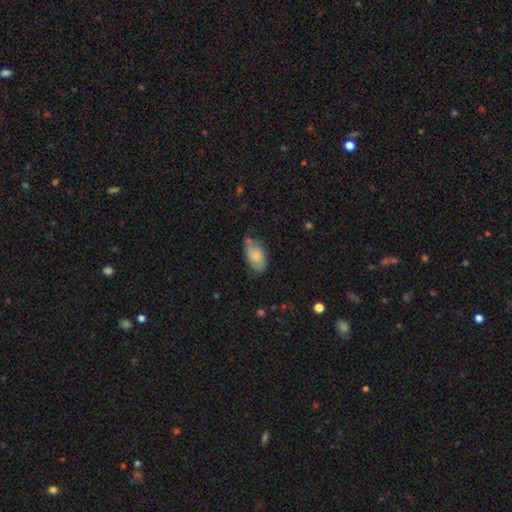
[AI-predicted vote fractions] This appears to be a smooth galaxy with no disk features (60%) that is in between round and cigar-shaped (92%). Merging: none (57%).